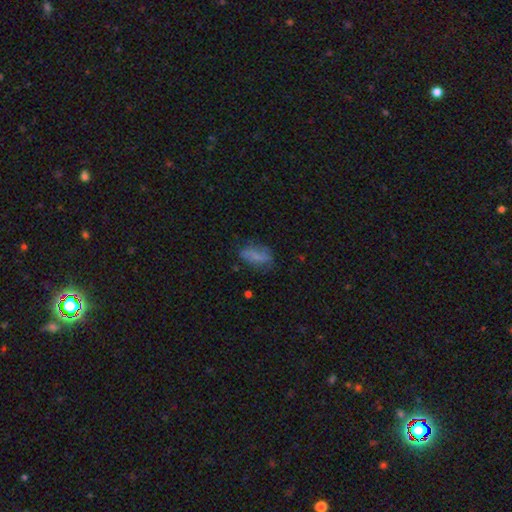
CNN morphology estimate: This appears to be a smooth galaxy with no disk features (64%) that is in between round and cigar-shaped (81%). Merging: none (58%).